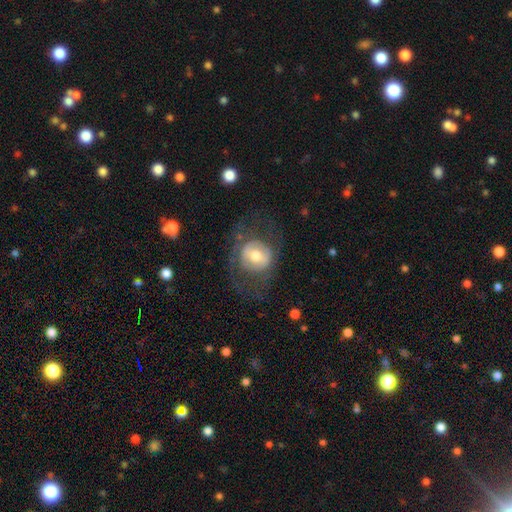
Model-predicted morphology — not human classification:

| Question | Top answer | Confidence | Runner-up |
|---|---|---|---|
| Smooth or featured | featured or disk | 49% | smooth (43%) |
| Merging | none | 59% | major disturbance (23%) |